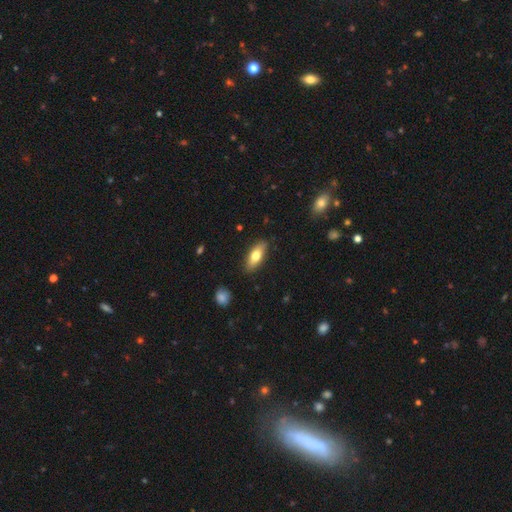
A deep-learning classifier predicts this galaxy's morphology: This appears to be a smooth galaxy with no disk features (71%) that is in between round and cigar-shaped (75%). Merging: none (86%).